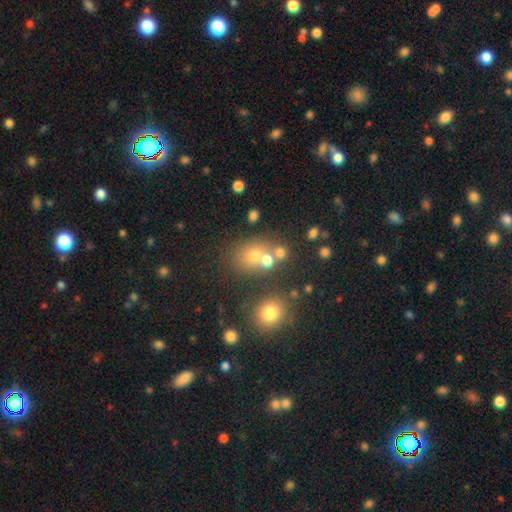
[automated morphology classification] This appears to be a smooth galaxy with no disk features (49%). Merging: none (63%).